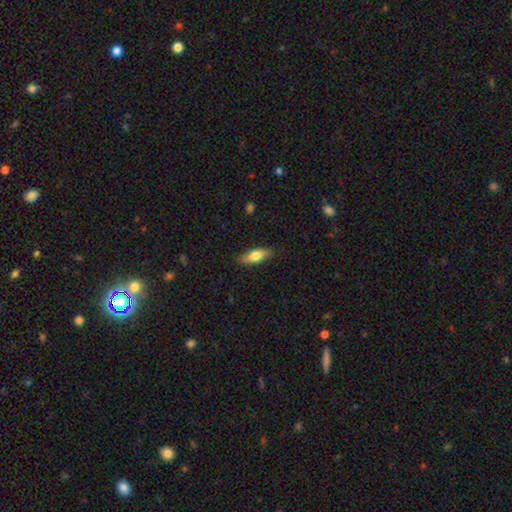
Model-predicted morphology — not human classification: A smooth galaxy with no disk features (71%) that is in between round and cigar-shaped (67%). Merging: none (83%).